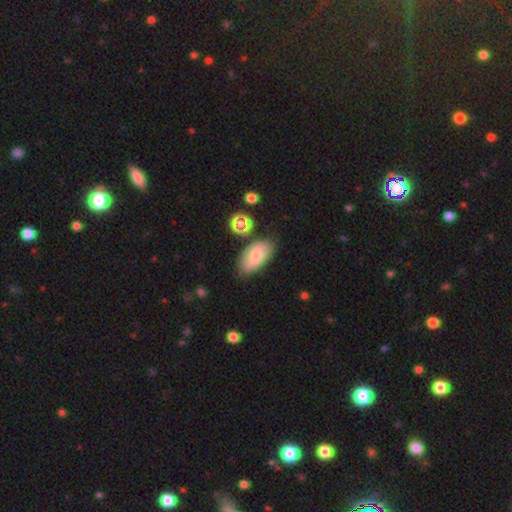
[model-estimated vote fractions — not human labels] smooth 76%, featured or disk 16%, star or artifact 8%. Down the decision tree: how rounded — in between (94%); merging — none (74%).